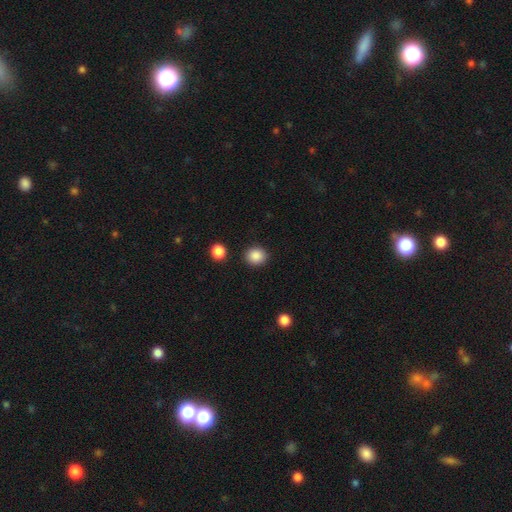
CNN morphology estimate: This is clearly a smooth galaxy (88%). How rounded: likely round (77%). Merging: clearly none (89%).